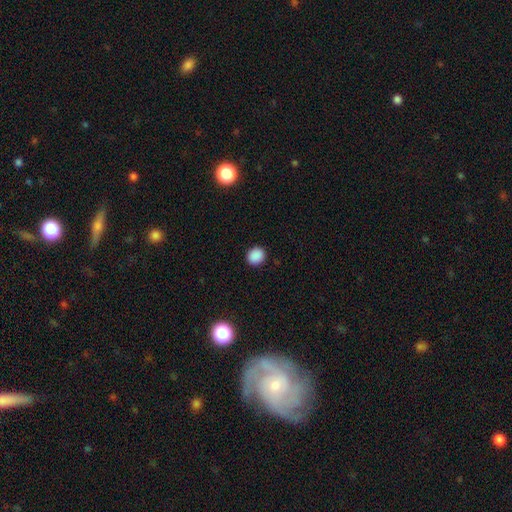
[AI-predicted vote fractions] This is clearly a smooth galaxy (88%). How rounded: likely round (79%). Merging: clearly none (91%).